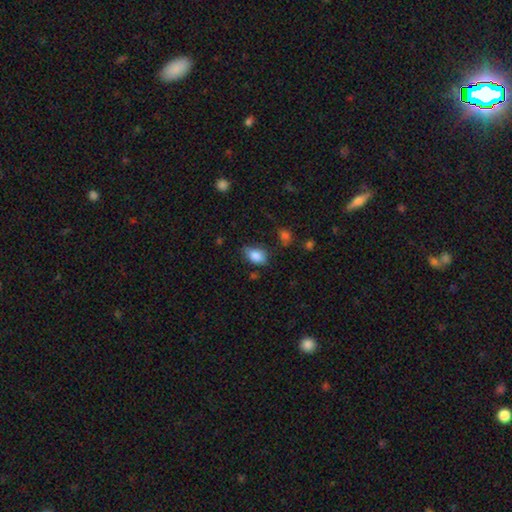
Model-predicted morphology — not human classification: type=smooth (84%); roundness=in between (84%); merging=none (66%).